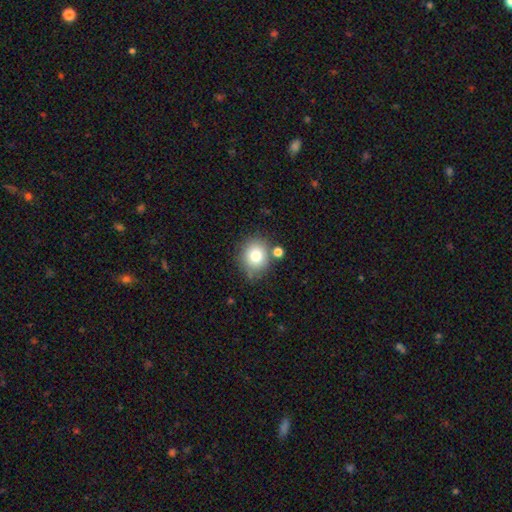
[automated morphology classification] This appears to be a smooth galaxy with no disk features (78%) that is round (78%). Merging: none (72%).